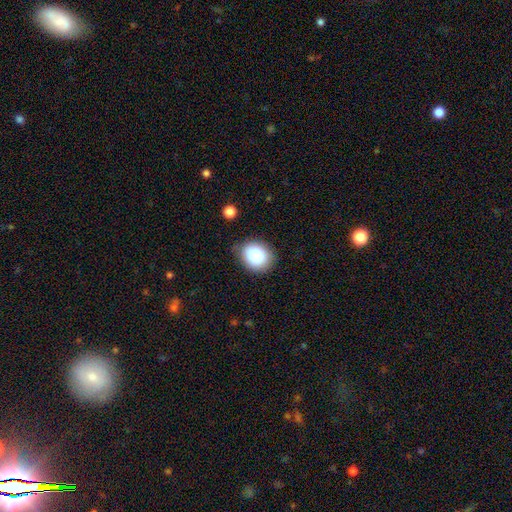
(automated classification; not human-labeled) smooth-or-featured: smooth: 86% | star or artifact: 8% | featured or disk: 6%
  how-rounded: round: 54% | in between: 45% | cigar-shaped: 1%
  merging: none: 77% | minor disturbance: 17% | major disturbance: 4% | merger: 2%